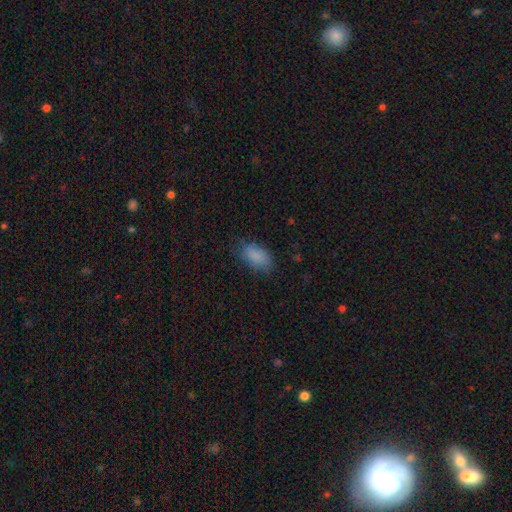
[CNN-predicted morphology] This is clearly a smooth galaxy (86%). How rounded: clearly in between (92%). Merging: likely none (71%).